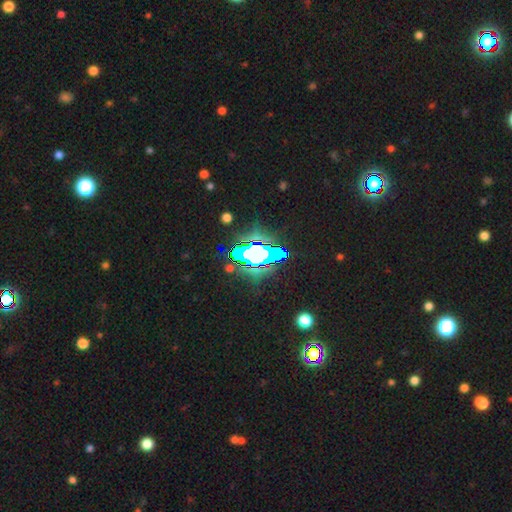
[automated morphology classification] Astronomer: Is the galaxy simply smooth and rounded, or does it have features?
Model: star or artifact — 65%.